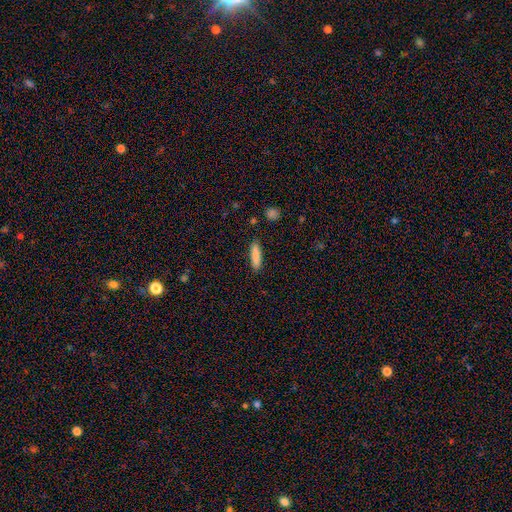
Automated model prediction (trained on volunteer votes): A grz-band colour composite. It shows a smooth galaxy with no disk features (86%) that is cigar-shaped (75%). Merging: none (88%).